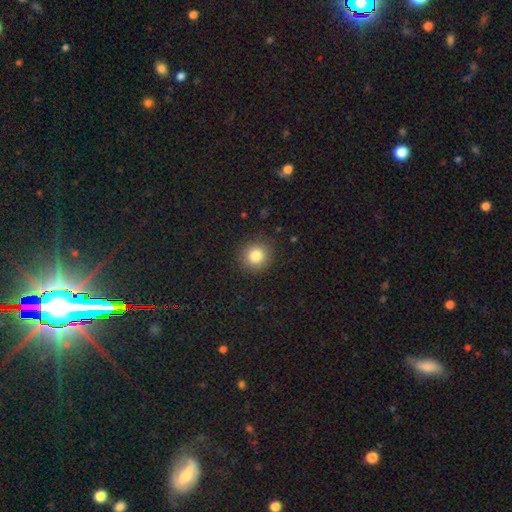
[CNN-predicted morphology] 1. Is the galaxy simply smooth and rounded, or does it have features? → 83% smooth, 11% star or artifact, 6% featured or disk.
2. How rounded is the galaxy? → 92% round, 7% in between, 1% cigar-shaped.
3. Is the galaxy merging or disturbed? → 89% none, 7% minor disturbance, 3% major disturbance, 1% merger.